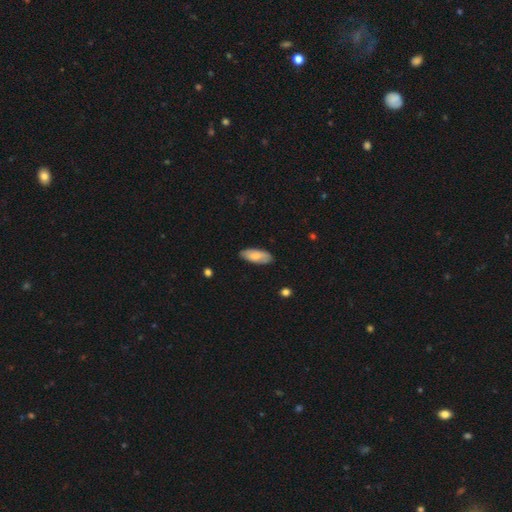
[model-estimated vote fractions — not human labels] smooth 76%, featured or disk 18%, star or artifact 6%. Down the decision tree: how rounded — in between (81%); merging — none (83%).